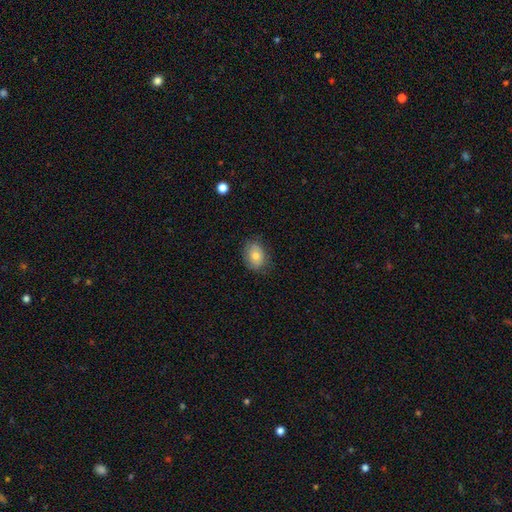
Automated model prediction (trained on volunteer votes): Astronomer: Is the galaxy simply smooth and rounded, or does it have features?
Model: smooth — 74%.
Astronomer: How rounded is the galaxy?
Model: in between — 65%.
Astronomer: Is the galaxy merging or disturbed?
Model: none — 79%.